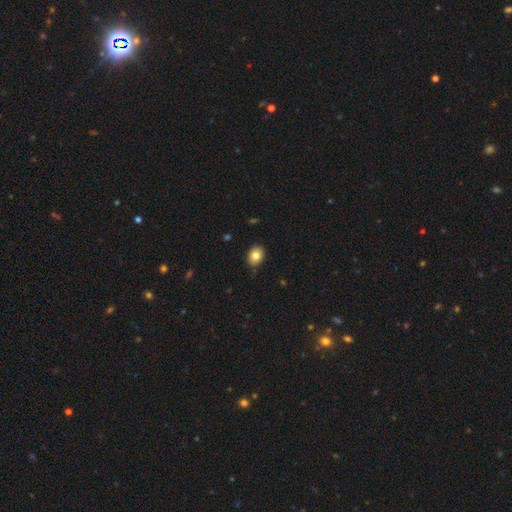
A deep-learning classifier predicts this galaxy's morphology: This appears to be a smooth galaxy with no disk features (81%) that is in between round and cigar-shaped (55%). Merging: none (84%).